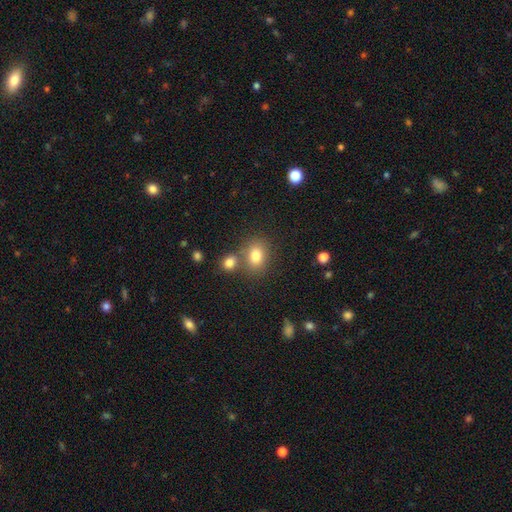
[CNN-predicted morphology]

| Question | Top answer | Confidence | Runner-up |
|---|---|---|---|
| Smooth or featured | smooth | 80% | star or artifact (11%) |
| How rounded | in between | 54% | round (45%) |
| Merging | none | 63% | merger (22%) |